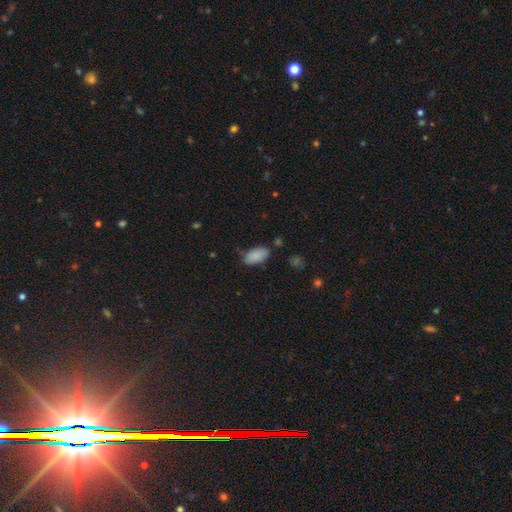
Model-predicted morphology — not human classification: A smooth galaxy with no disk features (88%) that is in between round and cigar-shaped (94%). Merging: none (69%).